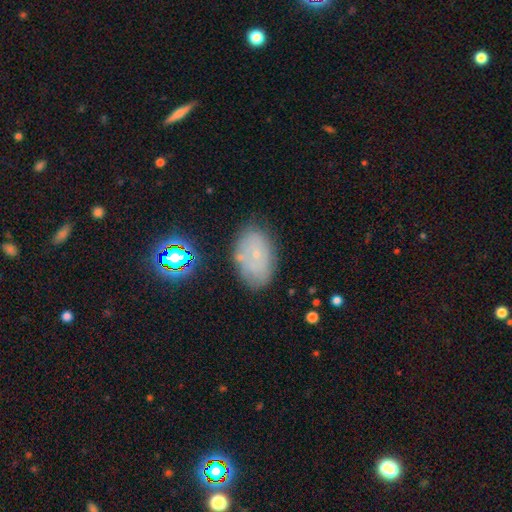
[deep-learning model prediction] Morphology: type=smooth (51%); roundness=in between (90%); merging=none (74%).